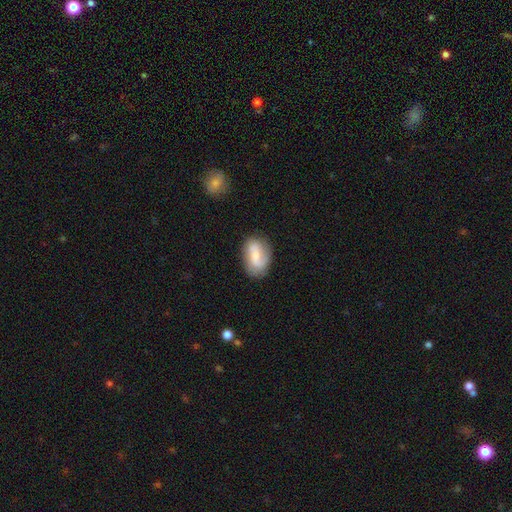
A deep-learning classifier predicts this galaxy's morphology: smooth-or-featured: smooth: 53% | featured or disk: 40% | star or artifact: 7%
  how-rounded: in between: 84% | round: 14% | cigar-shaped: 2%
  merging: none: 73% | minor disturbance: 19% | major disturbance: 6% | merger: 2%